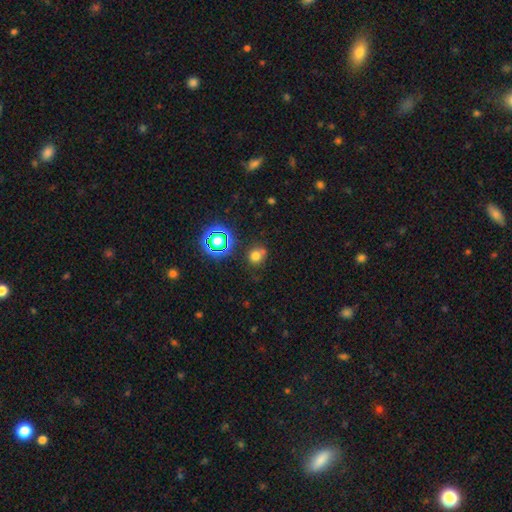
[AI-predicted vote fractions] Overall: smooth (67%). How rounded: round (76%). Merging: none (61%).